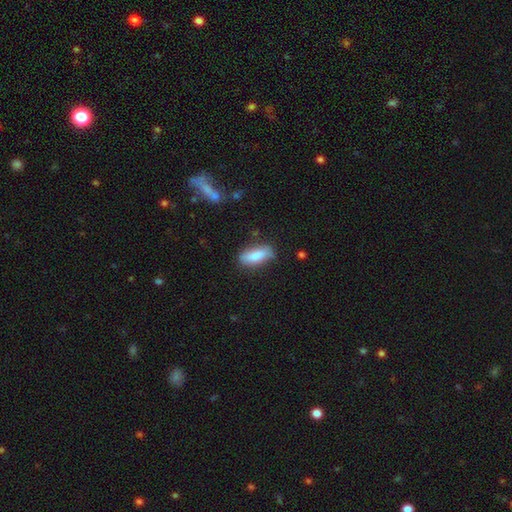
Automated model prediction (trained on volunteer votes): This appears to be a smooth galaxy with no disk features (83%) that is in between round and cigar-shaped (73%). Merging: none (73%).